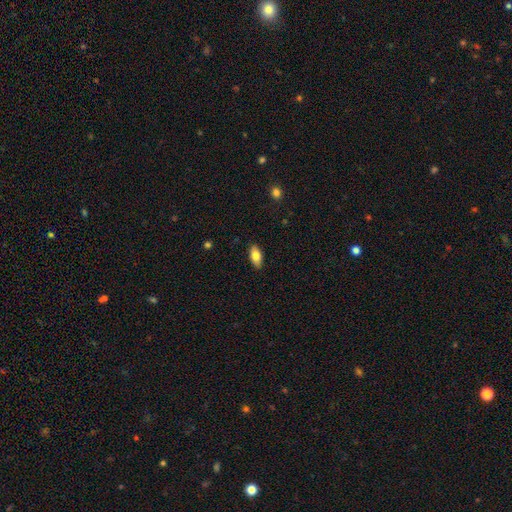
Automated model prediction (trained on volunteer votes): This appears to be a smooth galaxy with no disk features (80%) that is in between round and cigar-shaped (90%). Merging: none (88%).